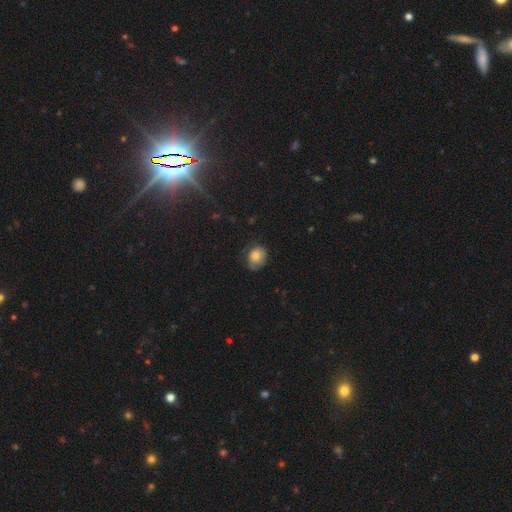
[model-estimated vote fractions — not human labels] Q: Smooth or featured?
A: smooth (77%); runner-up: featured or disk (14%)
Q: How rounded?
A: round (50%); runner-up: in between (49%)
Q: Merging?
A: none (60%); runner-up: minor disturbance (29%)